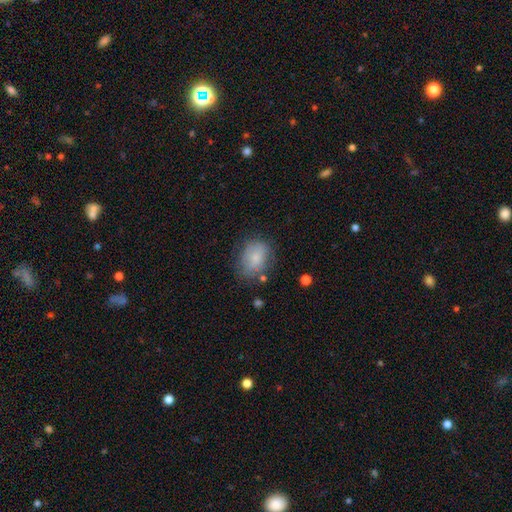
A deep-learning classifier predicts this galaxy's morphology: Smooth or featured? Predicted: smooth (p=0.78). How rounded? Predicted: in between (p=0.65). Merging? Predicted: none (p=0.64).